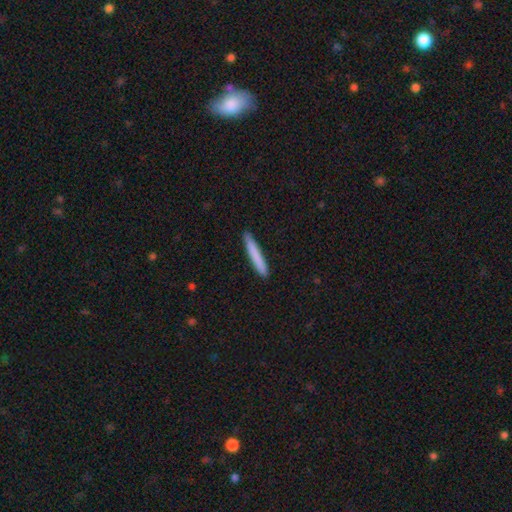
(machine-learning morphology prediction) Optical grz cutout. It shows a smooth galaxy with no disk features (80%) that is cigar-shaped (96%). Merging: none (91%).